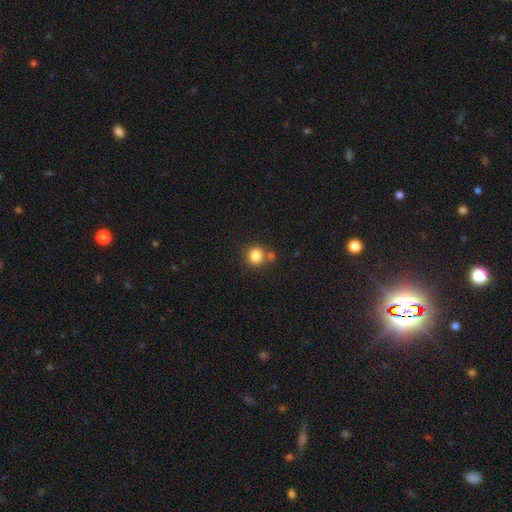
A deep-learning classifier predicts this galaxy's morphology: Smooth or featured?
  - smooth: 84% *
  - star or artifact: 11%
  - featured or disk: 5%
How rounded?
  - round: 90% *
  - in between: 9%
  - cigar-shaped: 1%
Merging?
  - none: 67% *
  - merger: 20%
  - minor disturbance: 10%
  - major disturbance: 3%